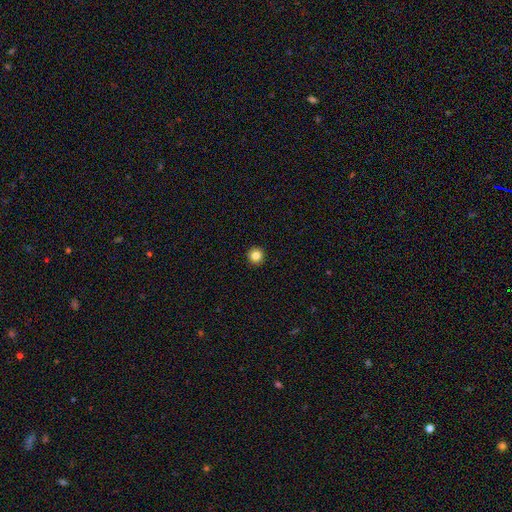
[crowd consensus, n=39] smooth-or-featured: smooth: 87% | star or artifact: 13% | featured or disk: 0%
  how-rounded: round: 82% | in between: 15% | cigar-shaped: 3%
  merging: none: 85% | major disturbance: 15% | minor disturbance: 0% | merger: 0%